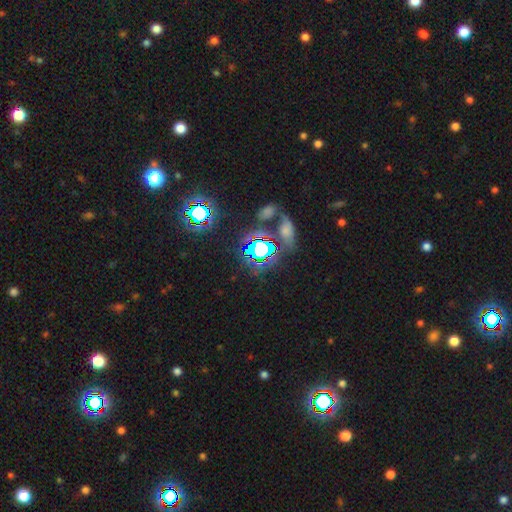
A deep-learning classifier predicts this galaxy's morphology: Q: Smooth or featured?
A: star or artifact (65%); runner-up: smooth (22%)